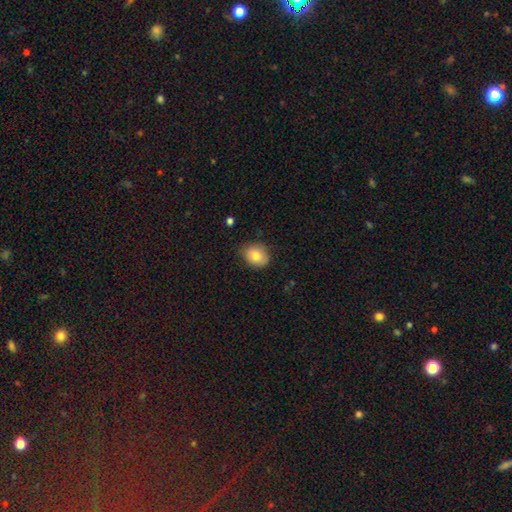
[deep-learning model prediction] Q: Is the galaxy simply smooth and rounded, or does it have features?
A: smooth — 80%.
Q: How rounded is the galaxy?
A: round — 58%.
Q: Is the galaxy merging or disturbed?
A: none — 79%.